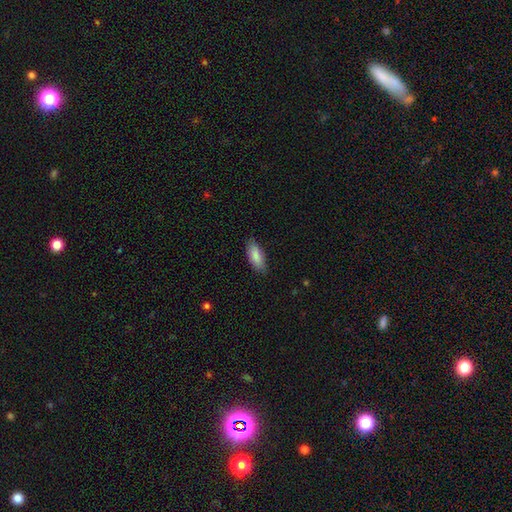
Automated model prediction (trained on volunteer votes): This is clearly a smooth galaxy (87%). How rounded: likely in between (79%). Merging: clearly none (81%).